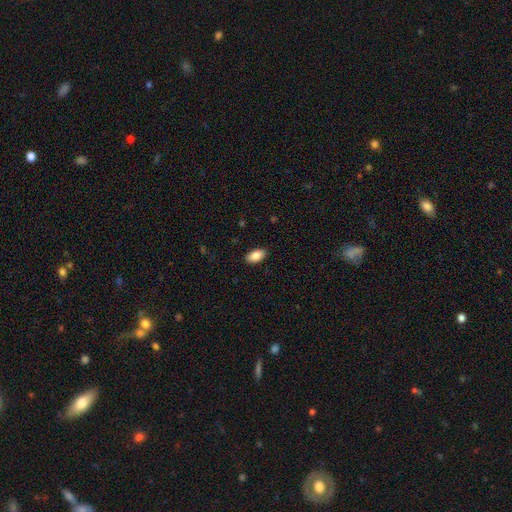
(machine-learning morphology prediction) type=smooth (86%); roundness=in between (93%); merging=none (88%).